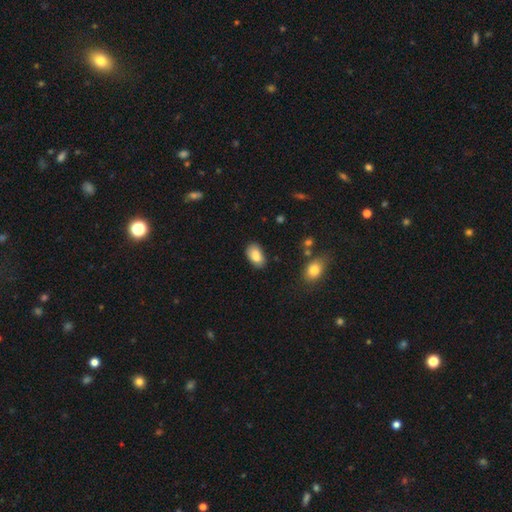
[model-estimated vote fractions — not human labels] smooth 84%, featured or disk 9%, star or artifact 8%. Down the decision tree: how rounded — in between (92%); merging — none (69%).